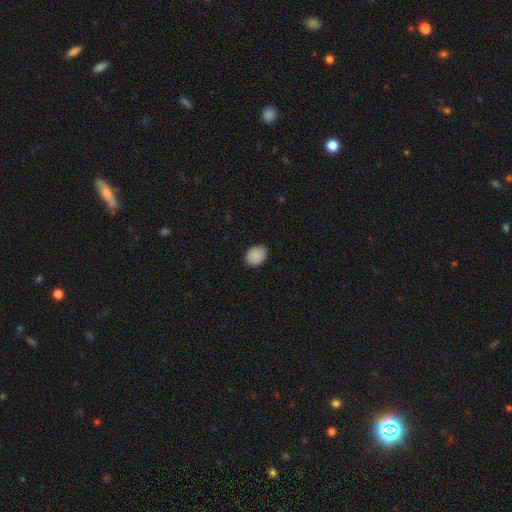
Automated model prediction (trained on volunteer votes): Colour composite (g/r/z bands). It shows a smooth galaxy with no disk features (89%) that is in between round and cigar-shaped (57%). Merging: none (86%).